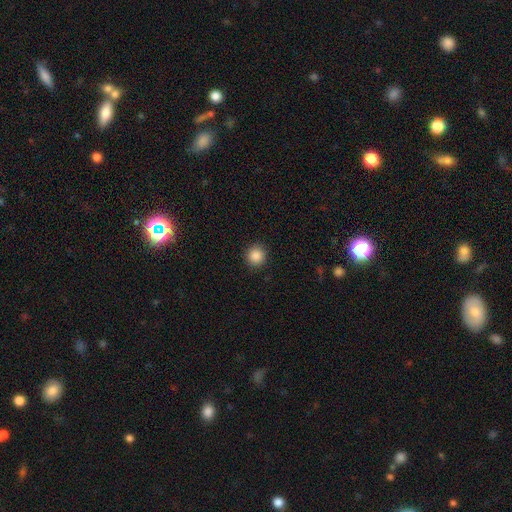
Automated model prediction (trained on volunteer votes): This appears to be a smooth galaxy with no disk features (87%) that is round (93%). Merging: none (92%).